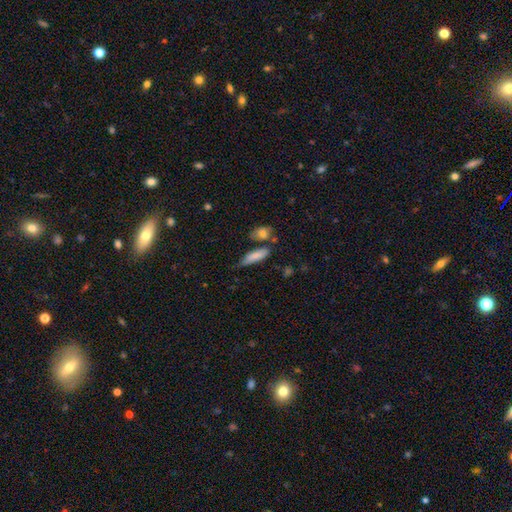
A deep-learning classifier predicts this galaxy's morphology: This appears to be a smooth galaxy with no disk features (80%) that is cigar-shaped (55%). Merging: none (54%).